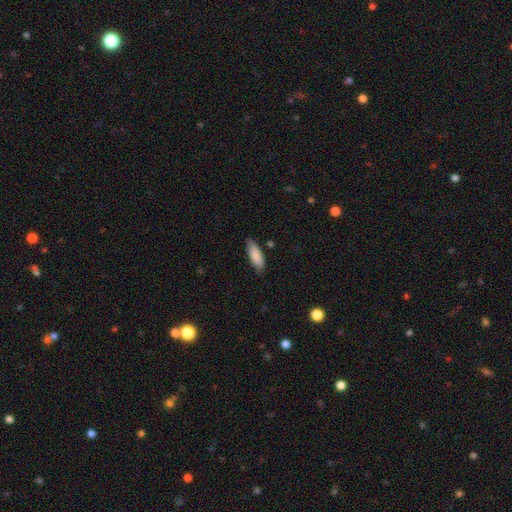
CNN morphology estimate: smooth 87%, featured or disk 8%, star or artifact 6%. Down the decision tree: how rounded — in between (67%); merging — none (80%).